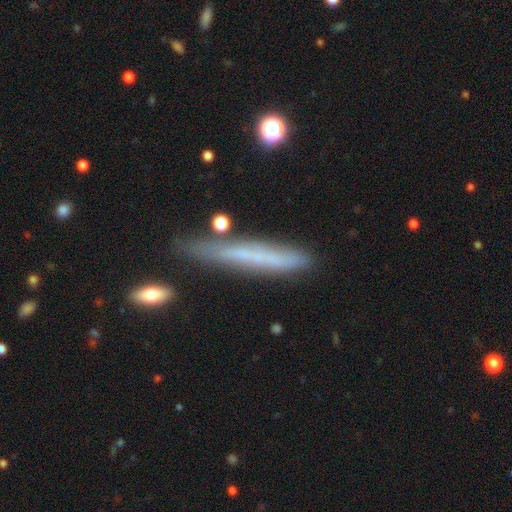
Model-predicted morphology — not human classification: A smooth galaxy with no disk features (50%) that is cigar-shaped (94%). Merging: none (75%).